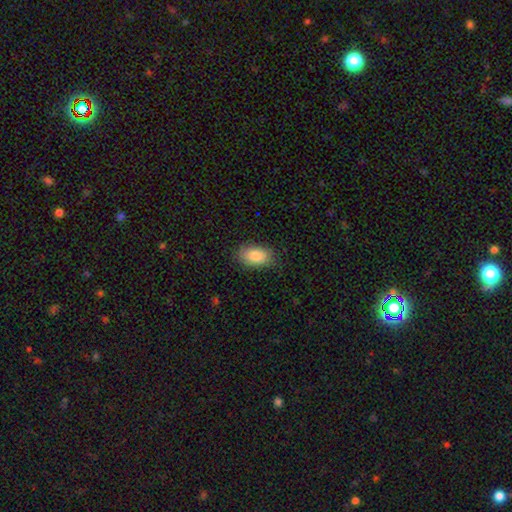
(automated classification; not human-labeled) A smooth galaxy with no disk features (86%) that is in between round and cigar-shaped (92%).

Vote fractions:
- Smooth or featured? smooth: 86% / featured or disk: 7% / star or artifact: 7%
- How rounded? in between: 92% / round: 6% / cigar-shaped: 2%
- Merging? none: 81% / minor disturbance: 15% / major disturbance: 3% / merger: 1%